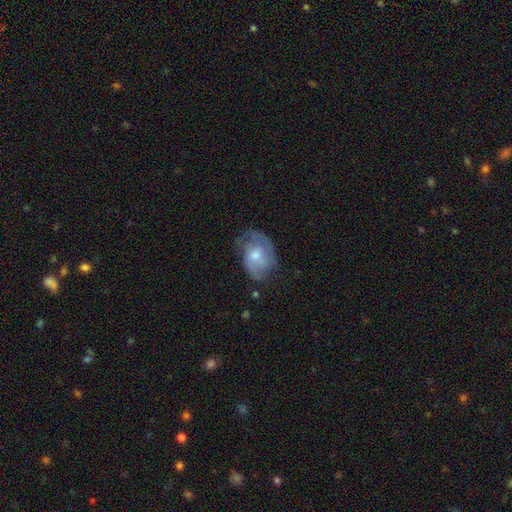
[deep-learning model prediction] The model was most divided on "spiral winding": medium: 43%, tight: 37%, loose: 21%. More confident: edge-on disk — no (96%); spiral arms — yes (84%); bar — no (69%); smooth or featured — featured or disk (64%); bulge size — moderate (62%); merging — none (56%); spiral arm count — 2 (53%).